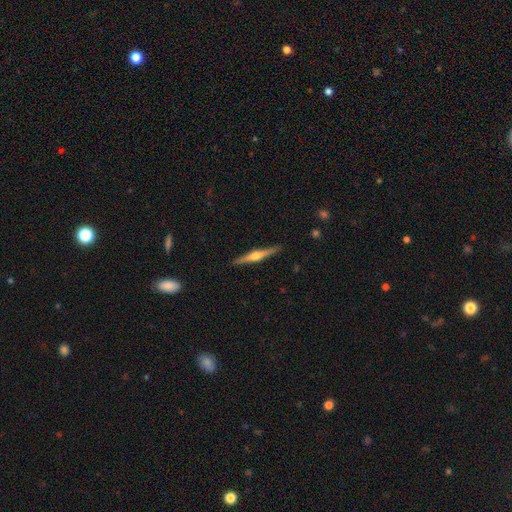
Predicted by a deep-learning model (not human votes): Overall: featured or disk (76%). Edge-on disk: yes (98%). Edge-on bulge: rounded (93%). Merging: none (91%).